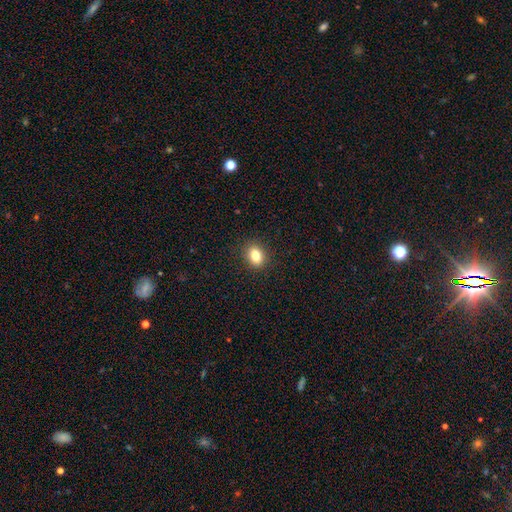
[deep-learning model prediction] The model was most divided on "how rounded": in between: 64%, round: 34%, cigar-shaped: 1%. More confident: merging — none (90%); smooth or featured — smooth (82%).